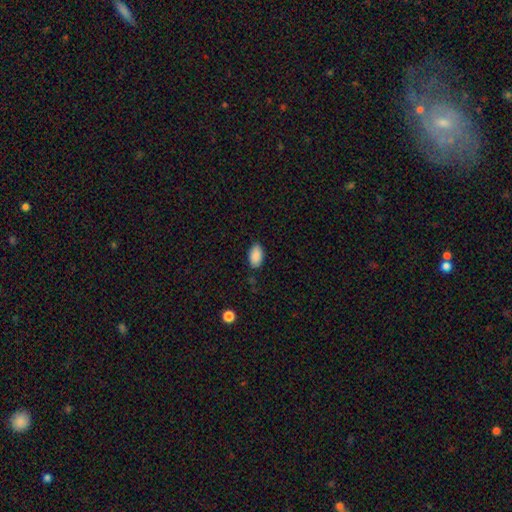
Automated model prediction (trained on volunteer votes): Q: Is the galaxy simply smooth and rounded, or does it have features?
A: smooth — 90%.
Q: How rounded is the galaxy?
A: in between — 94%.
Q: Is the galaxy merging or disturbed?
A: none — 86%.